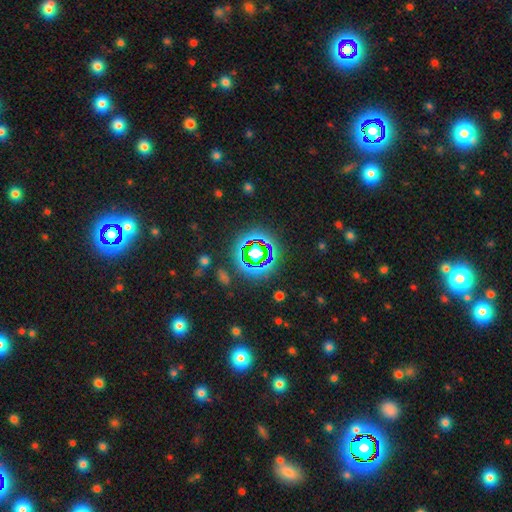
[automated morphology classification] The model was most divided on "smooth or featured": star or artifact: 73%, smooth: 16%, featured or disk: 11%.